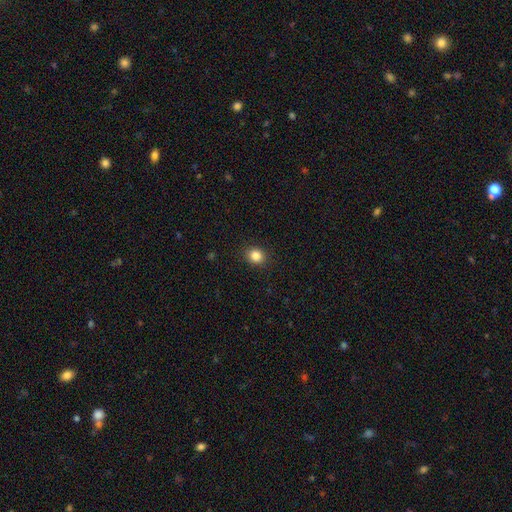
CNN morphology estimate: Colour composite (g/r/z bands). It shows a smooth galaxy with no disk features (85%) that is round (73%). Merging: none (90%).